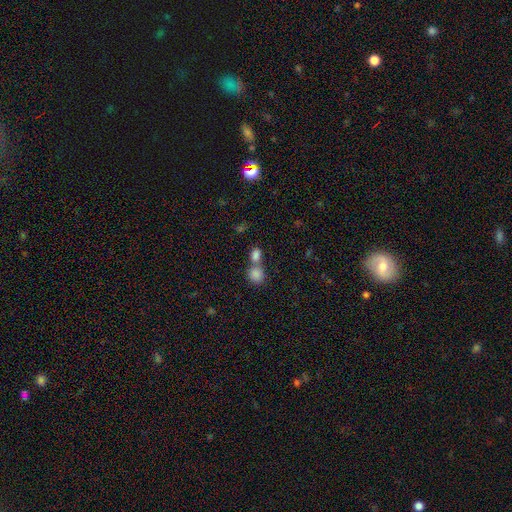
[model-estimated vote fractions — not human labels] Smooth or featured?
  - smooth: 83% *
  - star or artifact: 11%
  - featured or disk: 7%
How rounded?
  - in between: 52% *
  - round: 46%
  - cigar-shaped: 2%
Merging?
  - merger: 54% *
  - none: 36%
  - minor disturbance: 7%
  - major disturbance: 3%